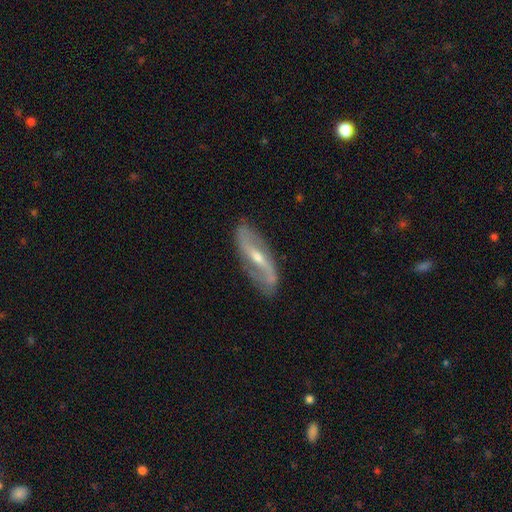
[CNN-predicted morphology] Smooth or featured: featured or disk — 84% (smooth — 10%)
Edge-on disk: no — 83% (yes — 17%)
Bar: strong — 41% (weak — 34%)
Spiral arms: yes — 91% (no — 9%)
Spiral winding: loose — 62% (medium — 25%)
Spiral arm count: 2 — 91% (can't tell — 4%)
Bulge size: small — 52% (moderate — 44%)
Merging: none — 83% (minor disturbance — 12%)